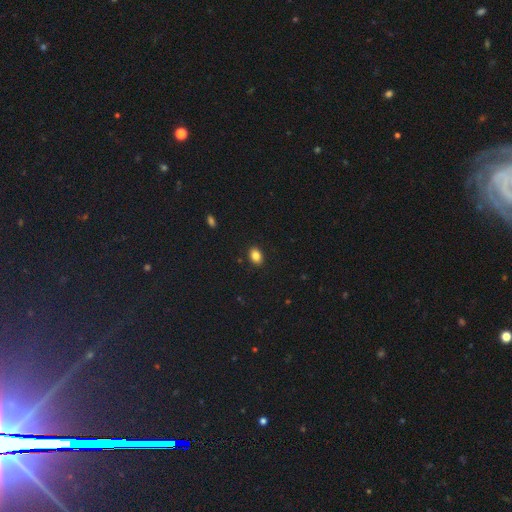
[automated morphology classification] A smooth galaxy with no disk features (84%) that is in between round and cigar-shaped (72%).

Vote fractions:
- Smooth or featured? smooth: 84% / star or artifact: 10% / featured or disk: 6%
- How rounded? in between: 72% / round: 26% / cigar-shaped: 1%
- Merging? none: 89% / minor disturbance: 8% / major disturbance: 2% / merger: 1%